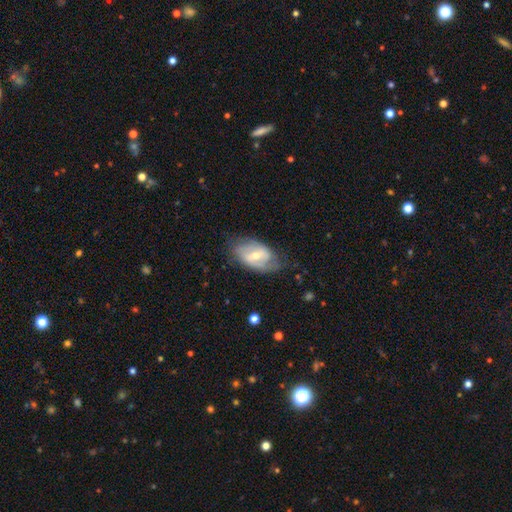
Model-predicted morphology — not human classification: Smooth or featured?
  - featured or disk: 68% *
  - smooth: 26%
  - star or artifact: 6%
Edge-on disk?
  - no: 94% *
  - yes: 6%
Bar?
  - weak: 48% *
  - strong: 28%
  - no: 23%
Spiral arms?
  - yes: 78% *
  - no: 22%
Spiral winding?
  - medium: 42% *
  - tight: 35%
  - loose: 23%
Spiral arm count?
  - 2: 66% *
  - can't tell: 22%
  - 1: 5%
  - 3: 4%
  - 4: 1%
  - more than 4: 1%
Bulge size?
  - moderate: 51% *
  - small: 45%
  - large: 2%
  - none: 1%
  - dominant: 1%
Merging?
  - none: 65% *
  - minor disturbance: 24%
  - major disturbance: 10%
  - merger: 1%